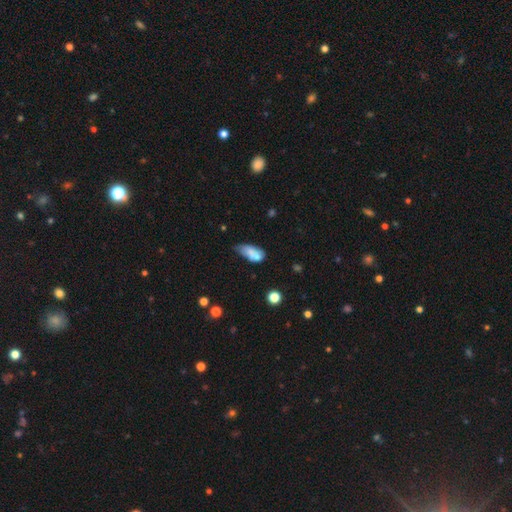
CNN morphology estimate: Smooth or featured? Predicted: smooth (p=0.73). How rounded? Predicted: in between (p=0.86). Merging? Predicted: minor disturbance (p=0.38).